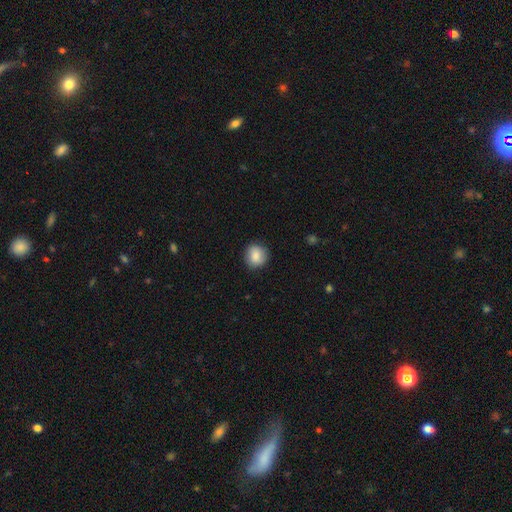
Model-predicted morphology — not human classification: This appears to be a smooth galaxy with no disk features (86%) that is round (88%). Merging: none (88%).